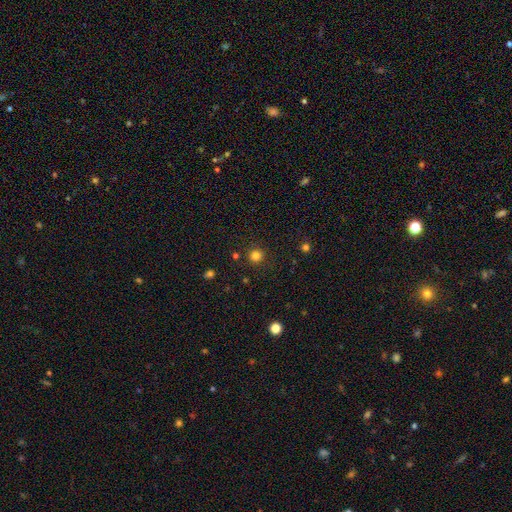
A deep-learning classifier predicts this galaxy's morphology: Q: Smooth or featured?
A: smooth (81%); runner-up: star or artifact (14%)
Q: How rounded?
A: round (95%); runner-up: in between (4%)
Q: Merging?
A: none (90%); runner-up: minor disturbance (6%)